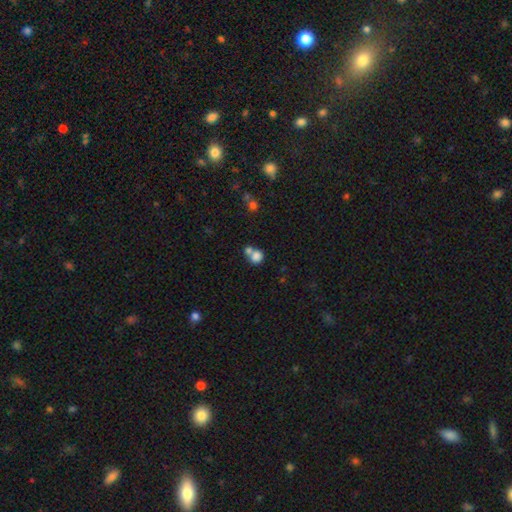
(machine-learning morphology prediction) This appears to be a smooth galaxy with no disk features (79%) that is round (74%). Merging: merger (52%).